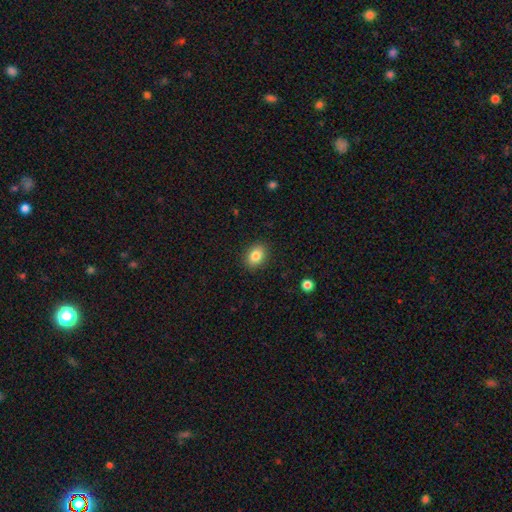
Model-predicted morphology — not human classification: Smooth or featured? smooth (85%)
How rounded? in between (69%)
Merging? none (89%)